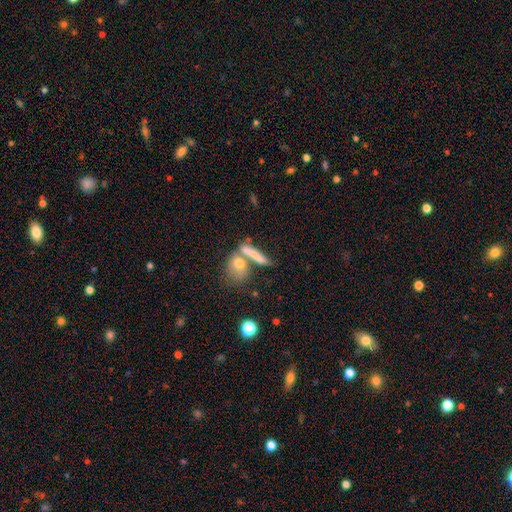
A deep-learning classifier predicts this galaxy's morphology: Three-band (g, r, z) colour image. It shows a smooth galaxy with no disk features (70%) that is cigar-shaped (50%). Merging: merger (41%).